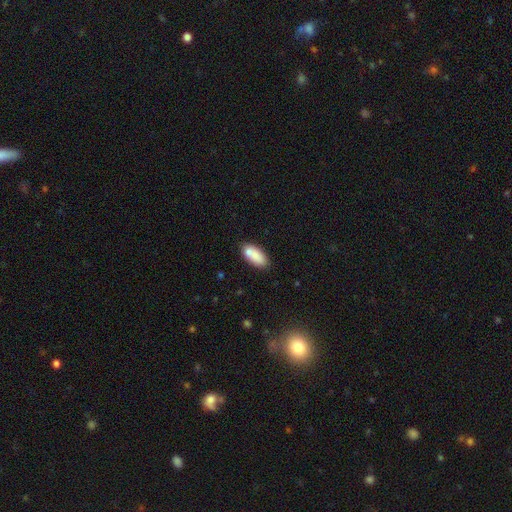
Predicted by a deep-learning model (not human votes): This appears to be a smooth galaxy with no disk features (78%) that is in between round and cigar-shaped (87%). Merging: none (61%).